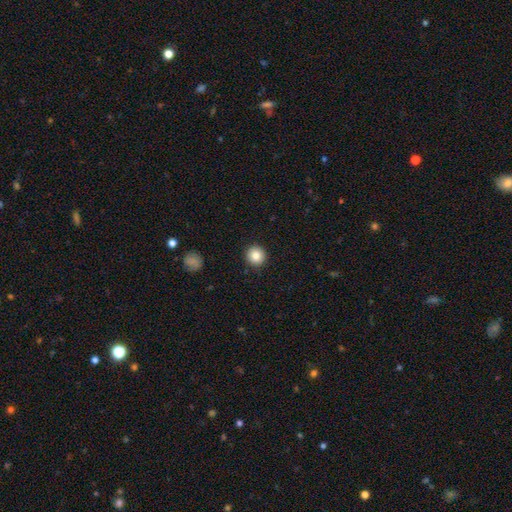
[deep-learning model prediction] smooth_or_featured: smooth (p=0.84) [alt: star or artifact p=0.09]
how_rounded: round (p=0.94) [alt: in between p=0.05]
merging: none (p=0.92) [alt: minor disturbance p=0.05]